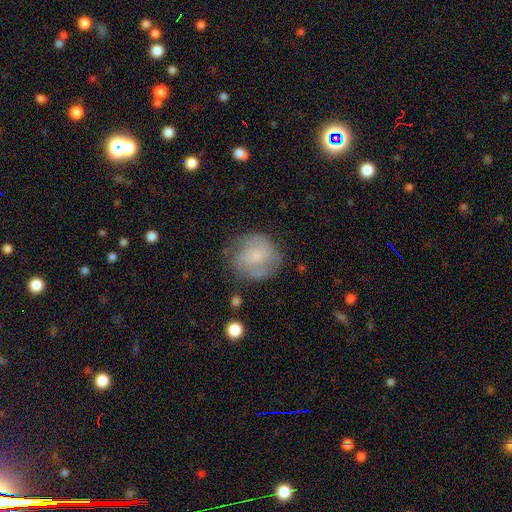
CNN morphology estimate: A featured or disk galaxy (51%) with no bar (57%), spiral arms (80%) and a small central bulge (53%). Merging: none (66%).